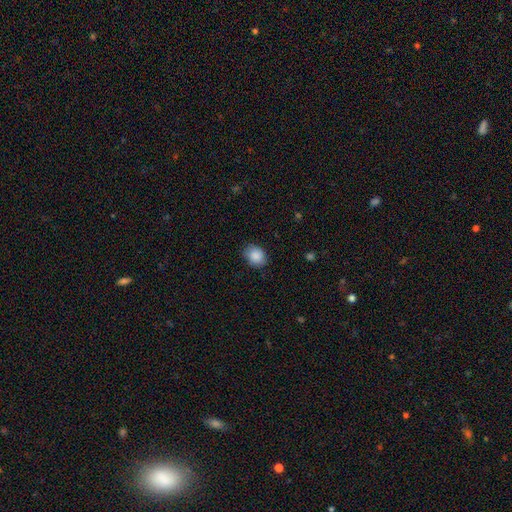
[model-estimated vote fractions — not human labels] smooth 88%, star or artifact 8%, featured or disk 5%. Down the decision tree: how rounded — in between (53%); merging — none (79%).